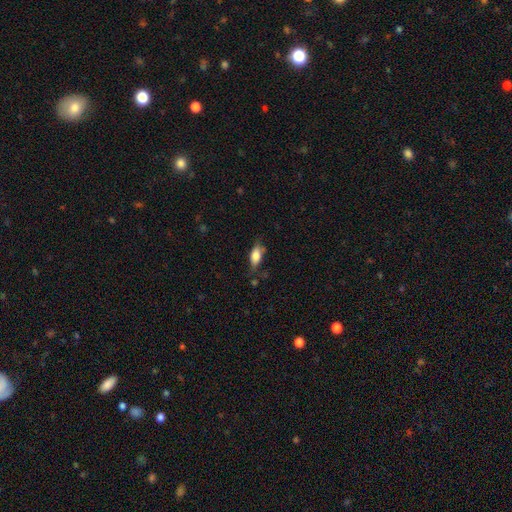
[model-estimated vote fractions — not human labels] Q: Smooth or featured?
A: smooth (78%); runner-up: featured or disk (15%)
Q: How rounded?
A: in between (84%); runner-up: cigar-shaped (12%)
Q: Merging?
A: none (61%); runner-up: minor disturbance (27%)